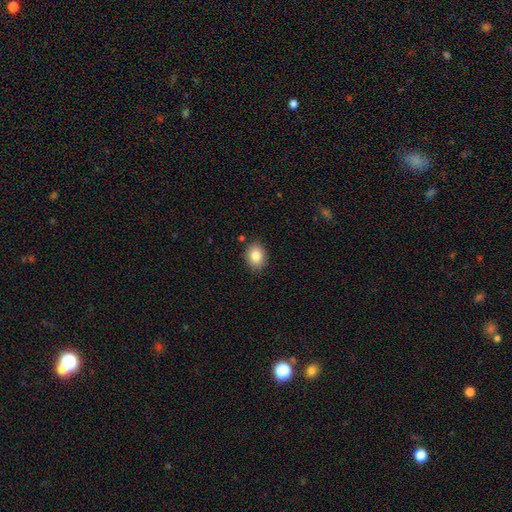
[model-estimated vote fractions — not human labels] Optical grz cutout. It shows a smooth galaxy with no disk features (84%) that is in between round and cigar-shaped (62%). Merging: none (86%).